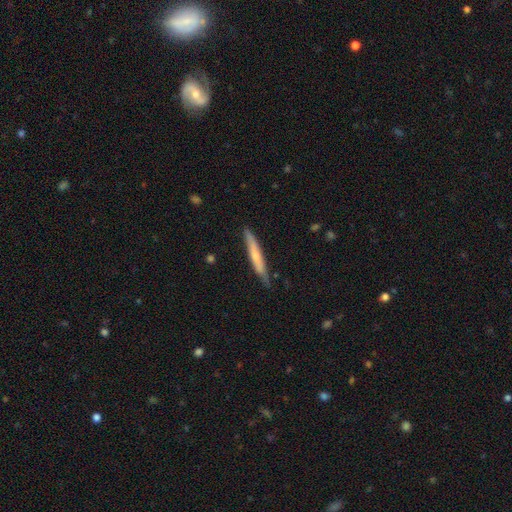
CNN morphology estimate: Q: Smooth or featured?
A: smooth (53%); runner-up: featured or disk (41%)
Q: How rounded?
A: cigar-shaped (95%); runner-up: in between (4%)
Q: Merging?
A: none (82%); runner-up: minor disturbance (14%)